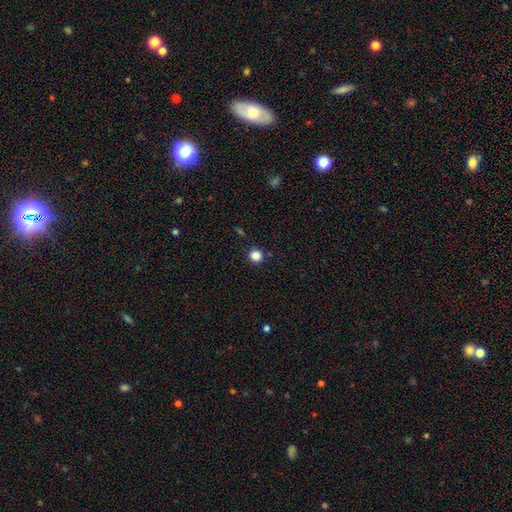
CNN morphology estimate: Smooth or featured: smooth — 85% (star or artifact — 12%)
How rounded: round — 90% (in between — 9%)
Merging: none — 90% (minor disturbance — 6%)